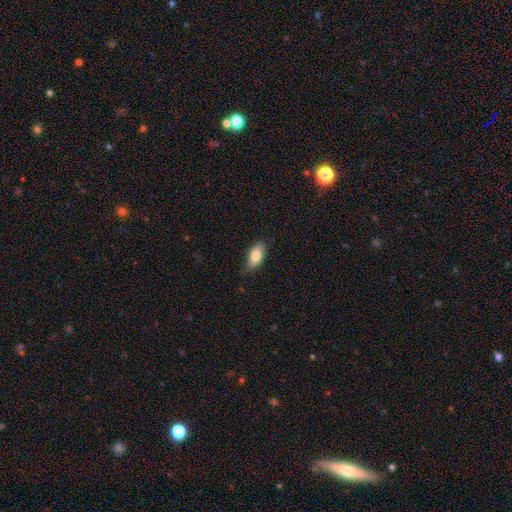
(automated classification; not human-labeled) A smooth galaxy with no disk features (82%) that is in between round and cigar-shaped (87%).

Vote fractions:
- Smooth or featured? smooth: 82% / featured or disk: 12% / star or artifact: 7%
- How rounded? in between: 87% / cigar-shaped: 10% / round: 3%
- Merging? none: 78% / minor disturbance: 18% / major disturbance: 3% / merger: 1%